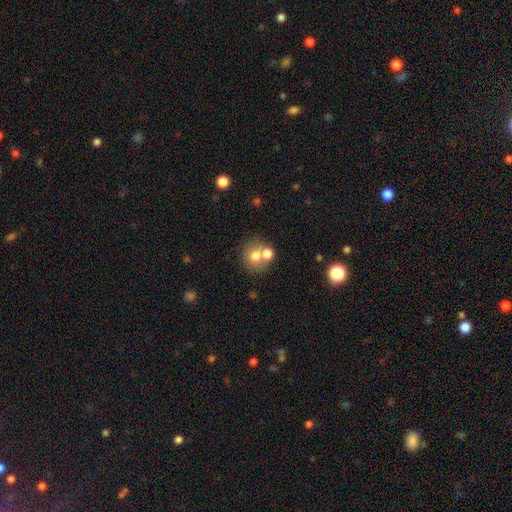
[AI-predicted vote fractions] The model was most divided on "merging": none: 52%, merger: 37%, minor disturbance: 8%, major disturbance: 3%. More confident: how rounded — round (81%); smooth or featured — smooth (72%).